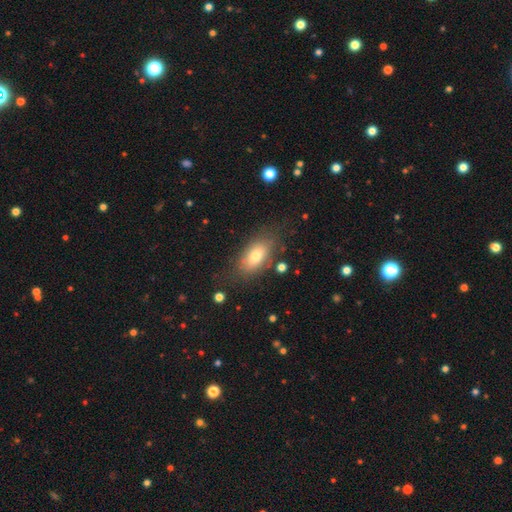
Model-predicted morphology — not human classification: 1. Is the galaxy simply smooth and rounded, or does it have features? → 71% smooth, 20% featured or disk, 9% star or artifact.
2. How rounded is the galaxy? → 88% in between, 7% round, 5% cigar-shaped.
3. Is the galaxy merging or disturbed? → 74% none, 17% minor disturbance, 7% major disturbance, 3% merger.